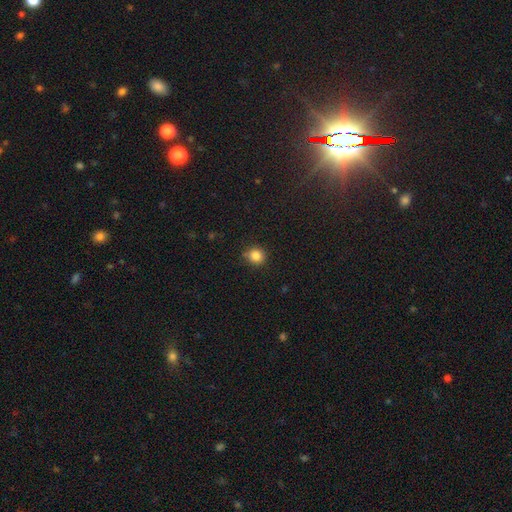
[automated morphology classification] Smooth or featured? Predicted: smooth (p=0.85). How rounded? Predicted: round (p=0.90). Merging? Predicted: none (p=0.84).